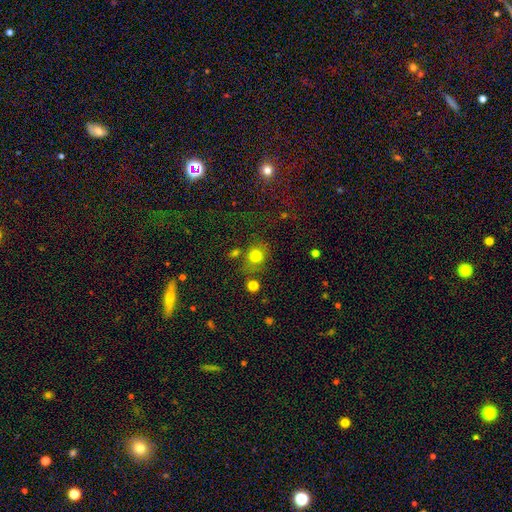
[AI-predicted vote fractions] This is likely a smooth galaxy (78%). How rounded: likely round (76%). Merging: likely none (65%).